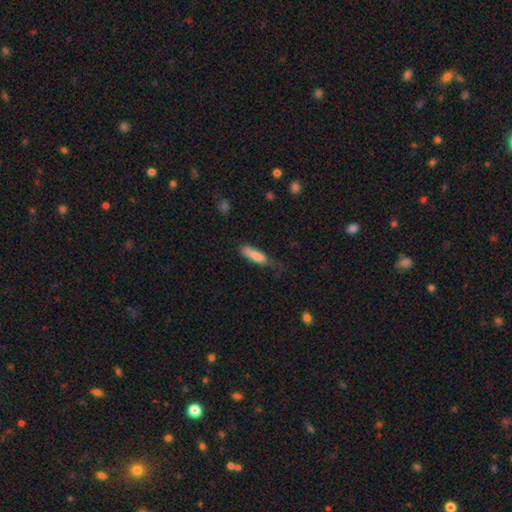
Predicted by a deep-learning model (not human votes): smooth_or_featured: smooth (p=0.82) [alt: featured or disk p=0.12]
how_rounded: cigar-shaped (p=0.58) [alt: in between p=0.40]
merging: none (p=0.52) [alt: minor disturbance p=0.34]